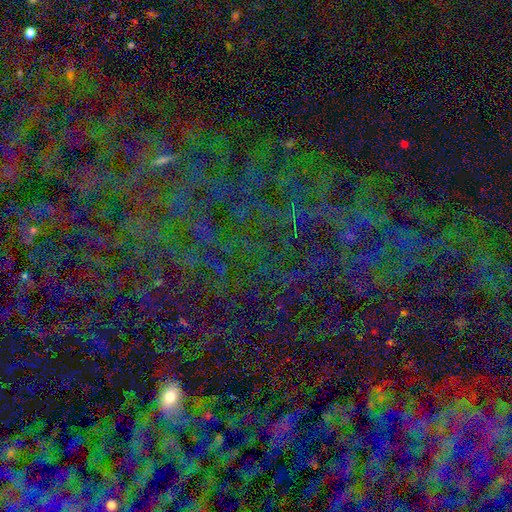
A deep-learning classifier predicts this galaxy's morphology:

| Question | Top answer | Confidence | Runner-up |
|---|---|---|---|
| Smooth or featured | star or artifact | 76% | smooth (14%) |